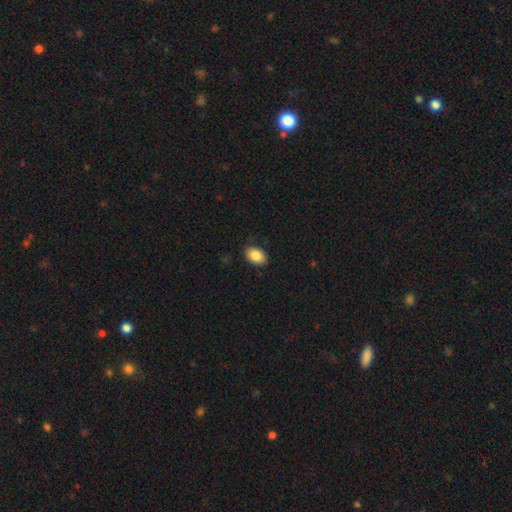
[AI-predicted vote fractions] The model was most divided on "how rounded": in between: 84%, round: 15%, cigar-shaped: 1%. More confident: merging — none (87%); smooth or featured — smooth (86%).